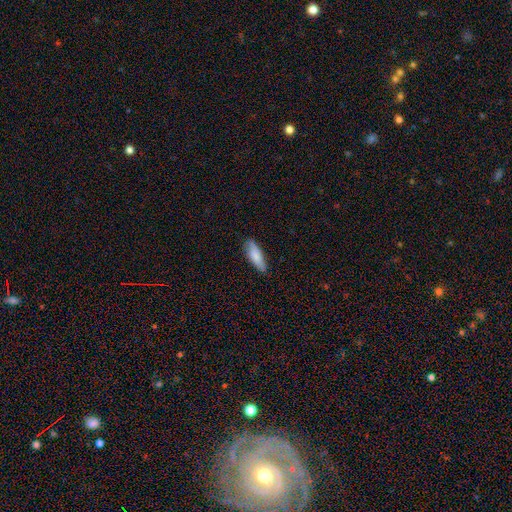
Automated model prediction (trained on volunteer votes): smooth_or_featured: smooth (p=0.81) [alt: featured or disk p=0.13]
how_rounded: in between (p=0.54) [alt: cigar-shaped p=0.44]
merging: none (p=0.80) [alt: minor disturbance p=0.16]